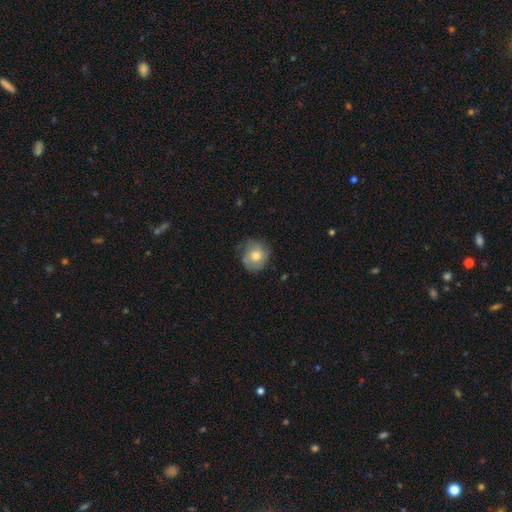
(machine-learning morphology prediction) A smooth galaxy with no disk features (67%) that is round (84%). Merging: none (66%).